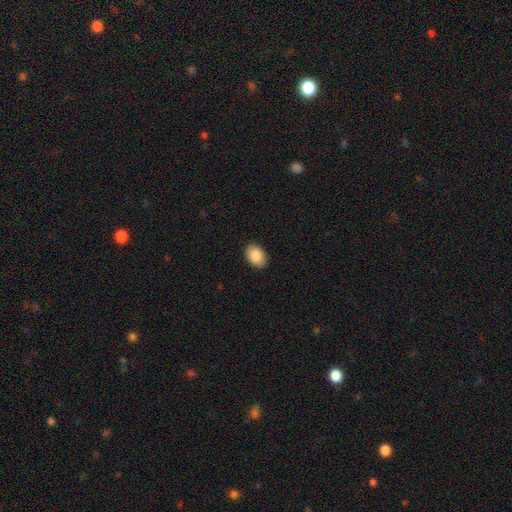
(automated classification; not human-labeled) Morphology: type=smooth (90%); roundness=in between (88%); merging=none (90%).